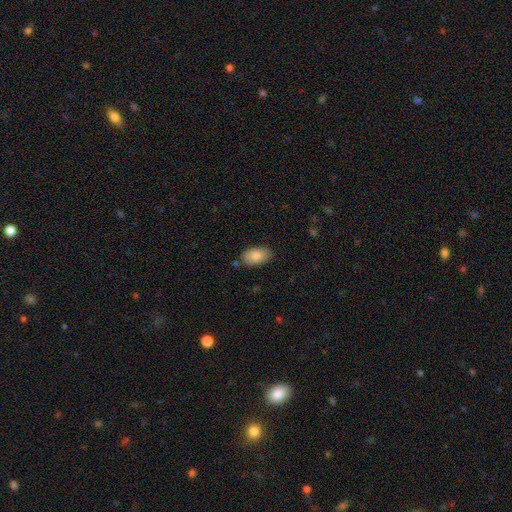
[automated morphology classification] smooth-or-featured: smooth: 85% | featured or disk: 8% | star or artifact: 6%
  how-rounded: in between: 93% | round: 6% | cigar-shaped: 2%
  merging: none: 80% | minor disturbance: 15% | major disturbance: 3% | merger: 2%